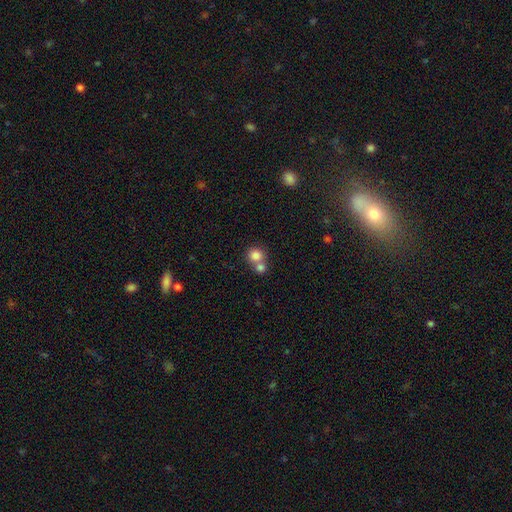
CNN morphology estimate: A smooth galaxy with no disk features (81%) that is round (83%).

Vote fractions:
- Smooth or featured? smooth: 81% / star or artifact: 10% / featured or disk: 8%
- How rounded? round: 83% / in between: 16% / cigar-shaped: 1%
- Merging? merger: 50% / none: 41% / minor disturbance: 6% / major disturbance: 3%